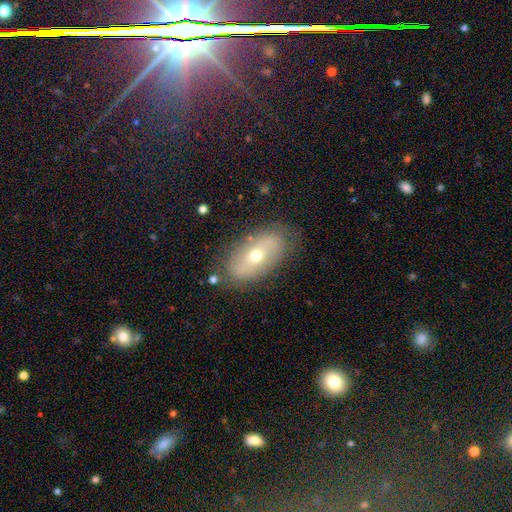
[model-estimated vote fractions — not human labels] featured or disk 52%, smooth 40%, star or artifact 8%. Down the decision tree: edge-on disk — no (86%); merging — none (81%).